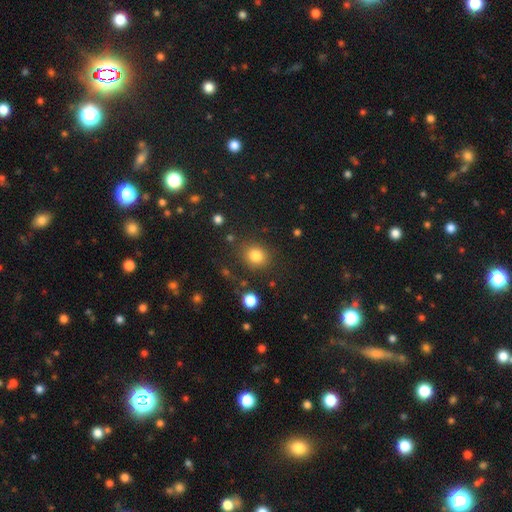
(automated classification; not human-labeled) smooth_or_featured: smooth (p=0.82) [alt: star or artifact p=0.12]
how_rounded: round (p=0.73) [alt: in between p=0.26]
merging: none (p=0.81) [alt: minor disturbance p=0.11]